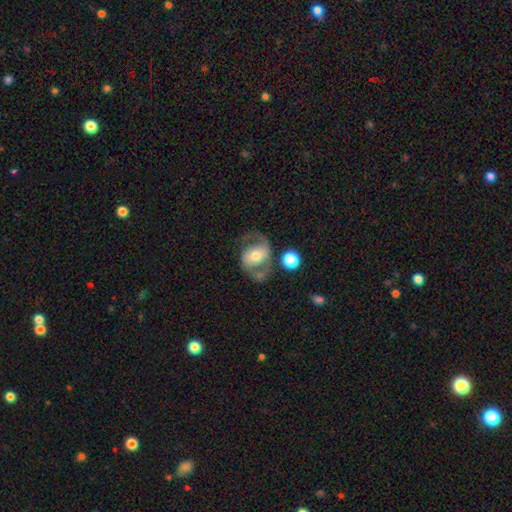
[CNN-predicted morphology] Smooth or featured? featured or disk (65%)
Edge-on disk? no (96%)
Bar? no (50%)
Spiral arms? yes (75%)
Bulge size? moderate (62%)
Merging? none (53%)